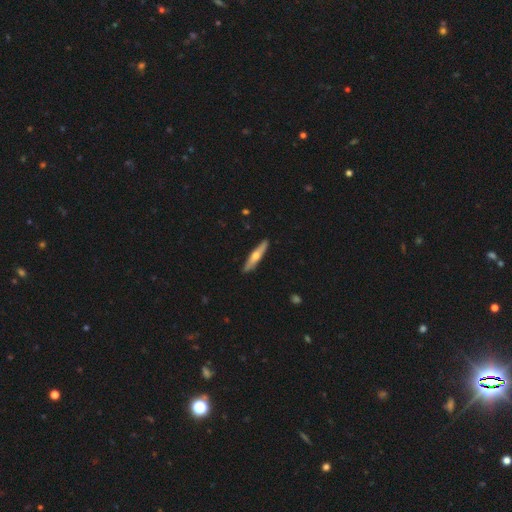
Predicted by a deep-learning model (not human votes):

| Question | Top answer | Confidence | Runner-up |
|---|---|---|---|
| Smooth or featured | featured or disk | 49% | smooth (46%) |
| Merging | none | 89% | minor disturbance (8%) |